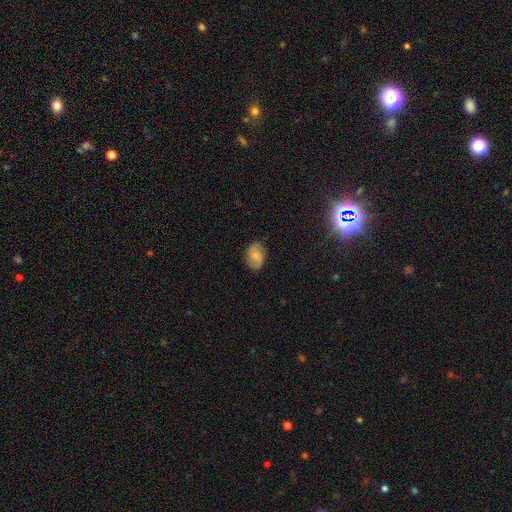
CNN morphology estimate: A smooth galaxy with no disk features (66%) that is in between round and cigar-shaped (80%). Merging: none (81%).